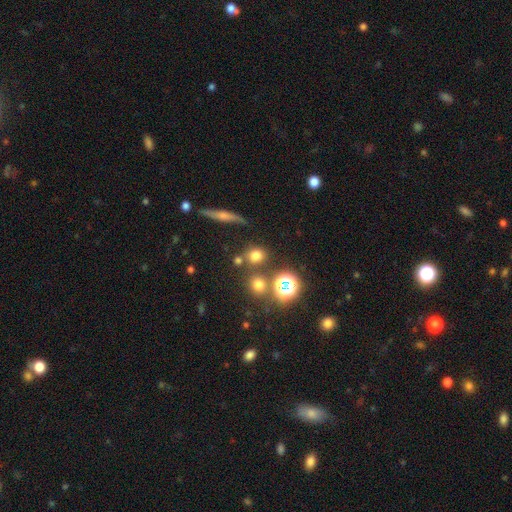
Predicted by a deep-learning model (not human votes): Overall: smooth (71%). How rounded: round (73%). Merging: none (73%).